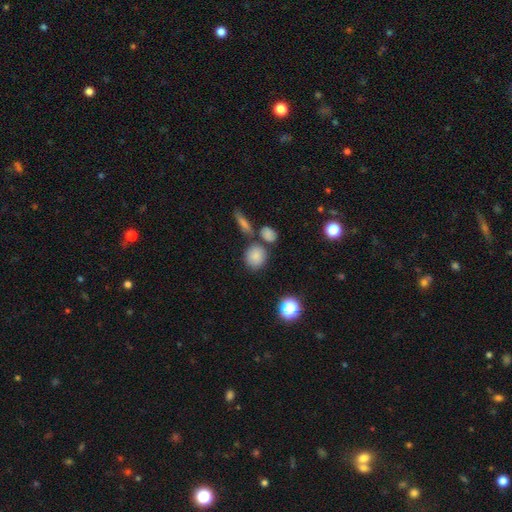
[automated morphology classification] smooth 82%, star or artifact 10%, featured or disk 8%. Down the decision tree: how rounded — round (72%); merging — none (67%).